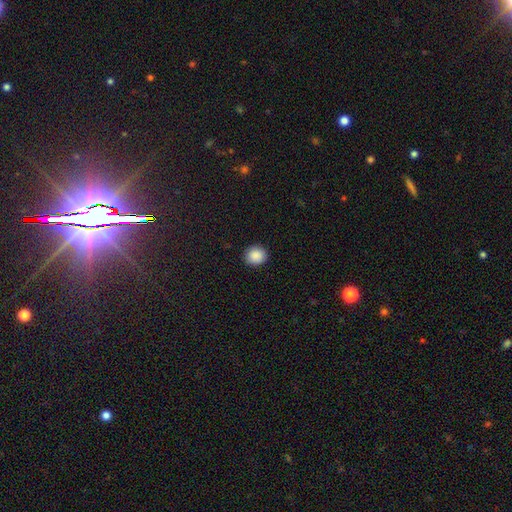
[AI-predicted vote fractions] smooth 89%, star or artifact 8%, featured or disk 3%. Down the decision tree: how rounded — round (85%); merging — none (91%).